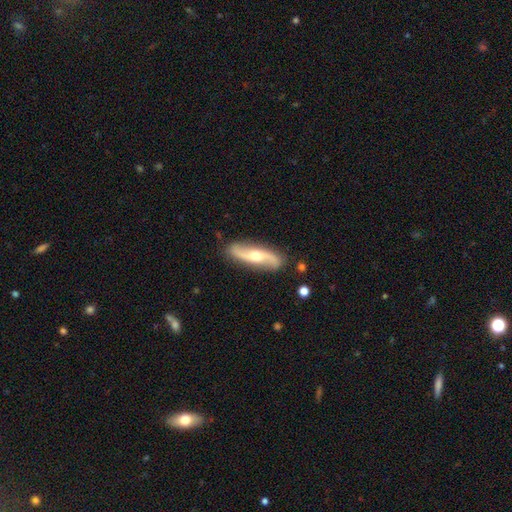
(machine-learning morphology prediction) Smooth or featured: featured or disk — 81% (smooth — 14%)
Edge-on disk: no — 84% (yes — 16%)
Bar: no — 59% (weak — 27%)
Spiral arms: yes — 94% (no — 6%)
Spiral winding: loose — 76% (medium — 17%)
Spiral arm count: 2 — 93% (can't tell — 3%)
Bulge size: moderate — 67% (small — 27%)
Merging: none — 86% (minor disturbance — 10%)